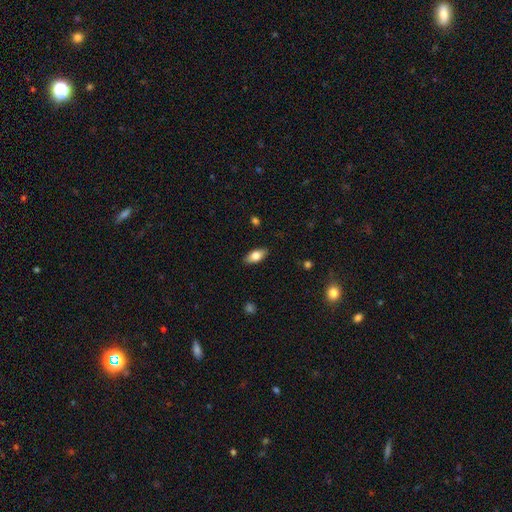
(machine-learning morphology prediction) smooth 78%, featured or disk 15%, star or artifact 7%. Down the decision tree: how rounded — in between (89%); merging — none (87%).